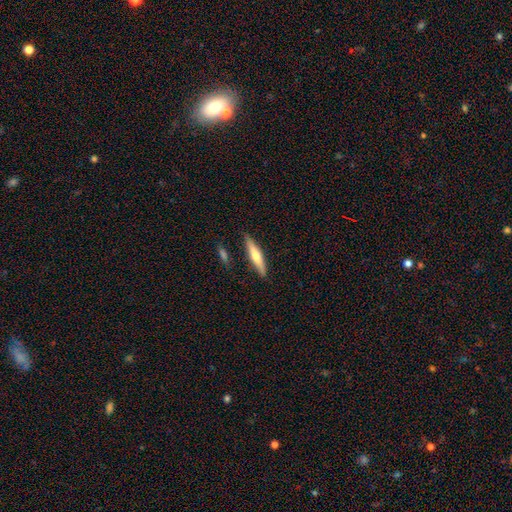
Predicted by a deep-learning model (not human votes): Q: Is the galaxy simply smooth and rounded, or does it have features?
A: smooth — 49%.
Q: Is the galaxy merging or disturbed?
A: none — 86%.